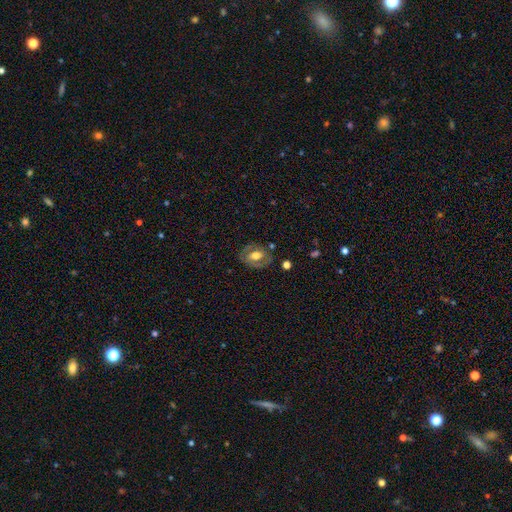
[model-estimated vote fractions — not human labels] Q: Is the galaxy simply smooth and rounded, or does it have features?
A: featured or disk — 54%.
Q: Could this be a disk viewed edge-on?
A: no — 93%.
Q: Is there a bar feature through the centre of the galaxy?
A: no — 54%.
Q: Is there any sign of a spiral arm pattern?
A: no — 55%.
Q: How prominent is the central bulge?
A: moderate — 56%.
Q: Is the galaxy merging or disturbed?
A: none — 72%.